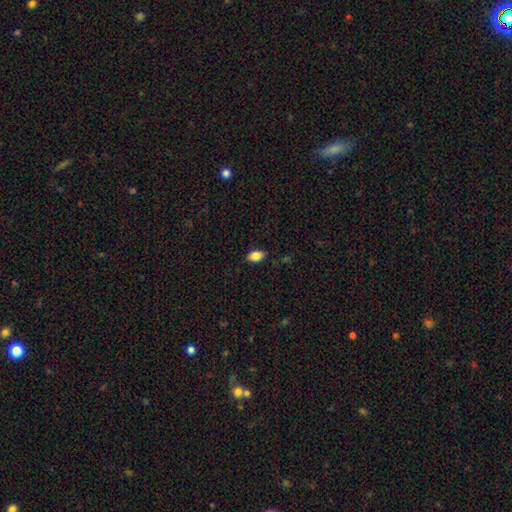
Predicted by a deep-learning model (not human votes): smooth-or-featured: smooth: 85% | star or artifact: 9% | featured or disk: 7%
  how-rounded: in between: 87% | round: 11% | cigar-shaped: 2%
  merging: none: 86% | minor disturbance: 11% | major disturbance: 2% | merger: 1%